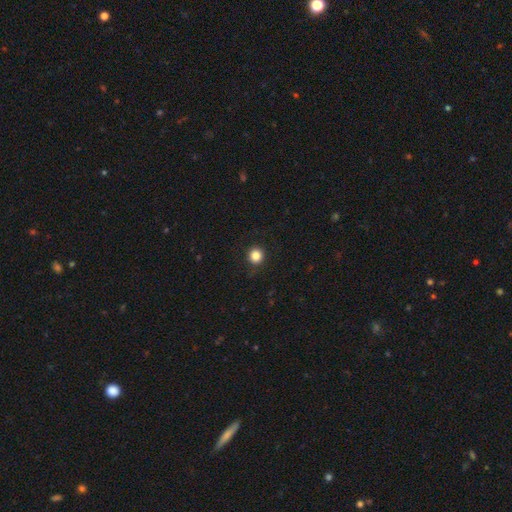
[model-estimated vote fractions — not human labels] The model was most divided on "smooth or featured": smooth: 84%, star or artifact: 11%, featured or disk: 4%. More confident: how rounded — round (94%); merging — none (91%).